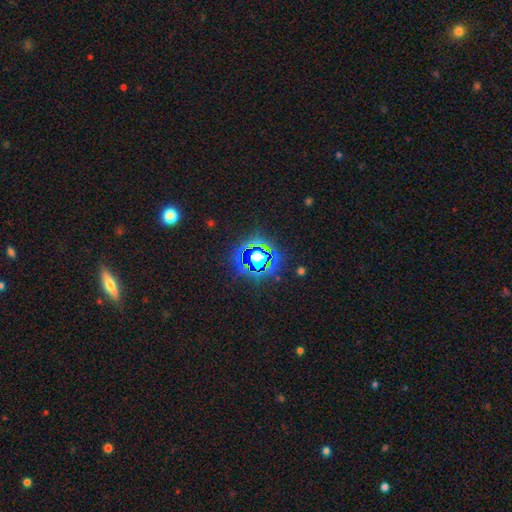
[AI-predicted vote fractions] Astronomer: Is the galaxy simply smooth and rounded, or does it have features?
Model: star or artifact — 77%.